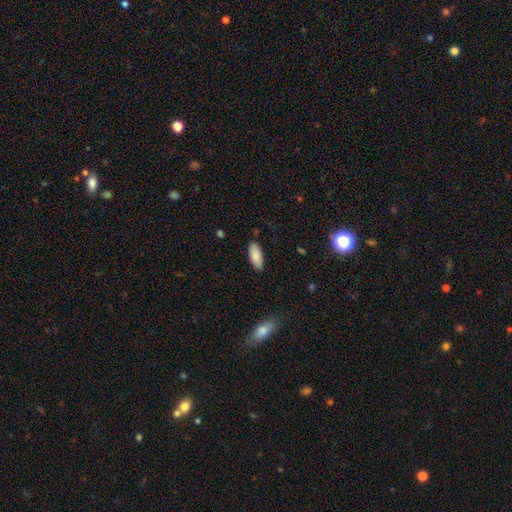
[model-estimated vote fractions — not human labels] Smooth or featured?
  - smooth: 88% *
  - featured or disk: 7%
  - star or artifact: 6%
How rounded?
  - in between: 84% *
  - cigar-shaped: 15%
  - round: 2%
Merging?
  - none: 85% *
  - minor disturbance: 11%
  - major disturbance: 2%
  - merger: 1%